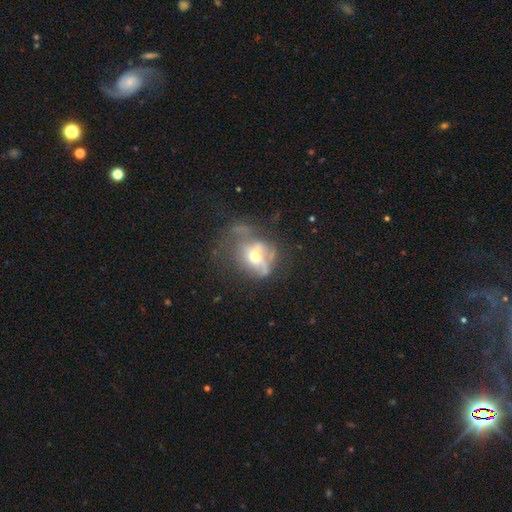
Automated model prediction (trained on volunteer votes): Q: Smooth or featured?
A: featured or disk (52%); runner-up: smooth (35%)
Q: Edge-on disk?
A: no (92%); runner-up: yes (8%)
Q: Merging?
A: major disturbance (39%); runner-up: none (30%)